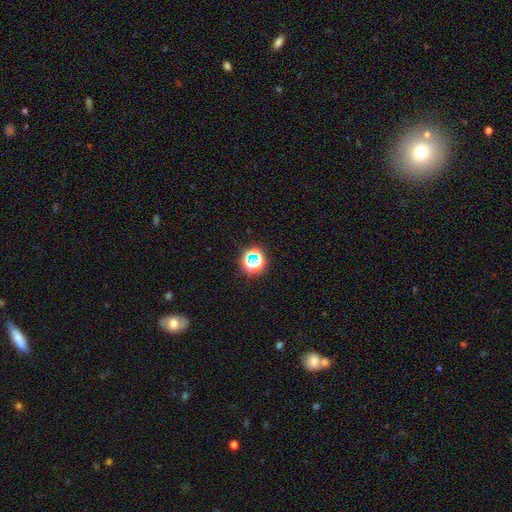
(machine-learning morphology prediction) Smooth or featured? Predicted: star or artifact (p=0.57).